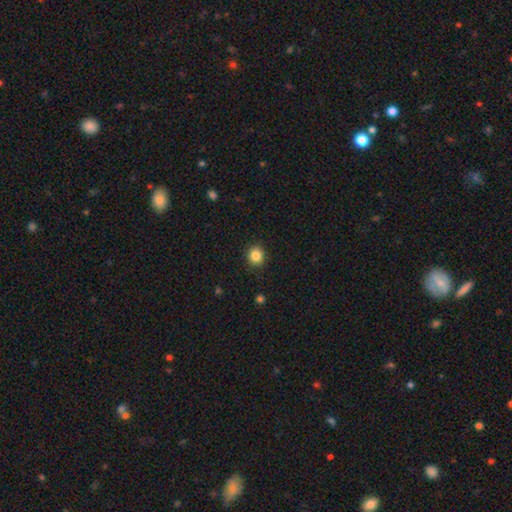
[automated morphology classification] smooth-or-featured: smooth: 85% | star or artifact: 10% | featured or disk: 5%
  how-rounded: round: 86% | in between: 13% | cigar-shaped: 1%
  merging: none: 90% | minor disturbance: 7% | major disturbance: 2% | merger: 1%